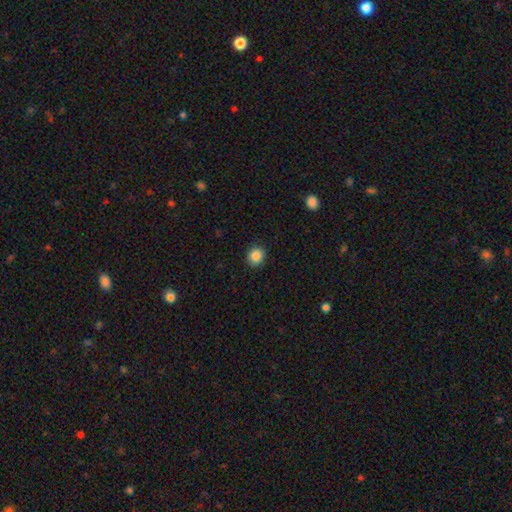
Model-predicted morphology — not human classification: Smooth or featured: smooth — 87% (star or artifact — 10%)
How rounded: round — 84% (in between — 15%)
Merging: none — 90% (minor disturbance — 7%)